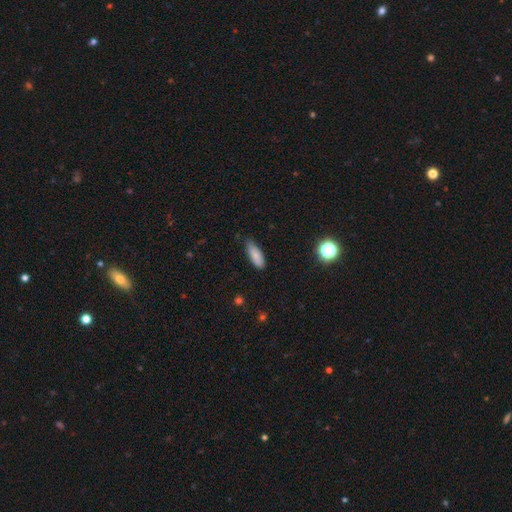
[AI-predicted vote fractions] Smooth or featured? smooth (80%)
How rounded? in between (69%)
Merging? none (74%)